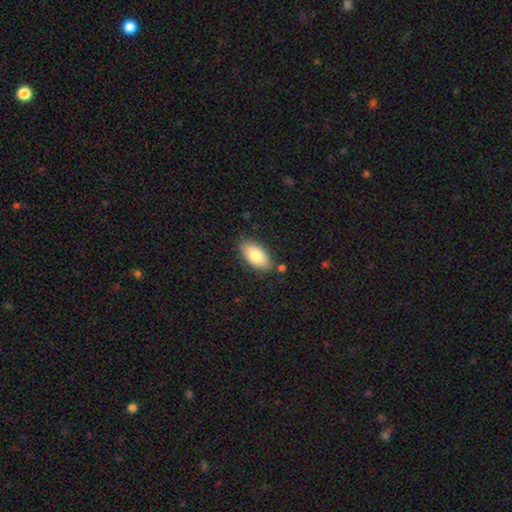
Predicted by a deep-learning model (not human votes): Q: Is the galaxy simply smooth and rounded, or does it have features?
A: smooth — 81%.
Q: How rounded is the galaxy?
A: in between — 92%.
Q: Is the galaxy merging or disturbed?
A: none — 81%.